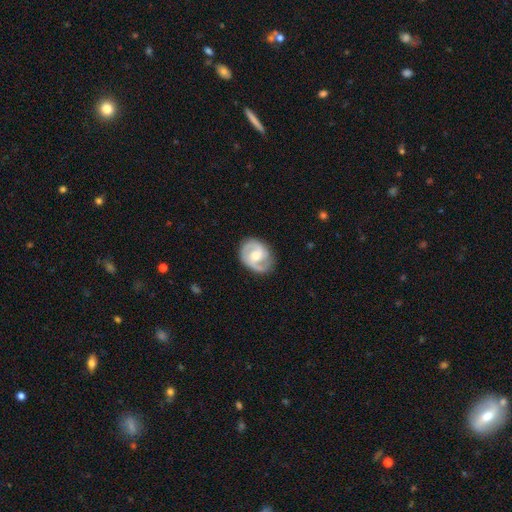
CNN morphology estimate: The model was most divided on "bar": weak: 44%, no: 43%, strong: 12%. More confident: edge-on disk — no (98%); spiral arms — yes (95%); spiral arm count — 2 (84%); smooth or featured — featured or disk (83%); merging — none (79%); bulge size — moderate (61%); spiral winding — medium (50%).